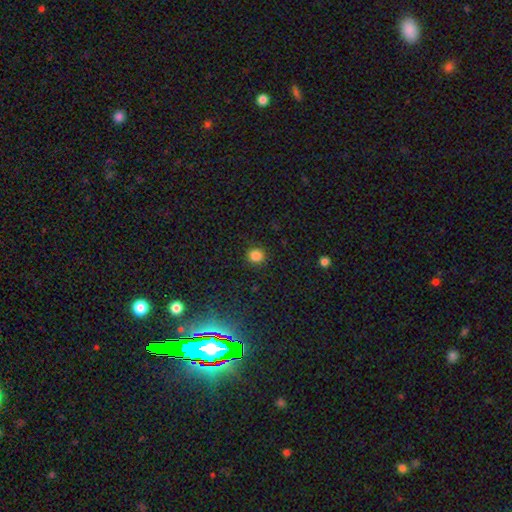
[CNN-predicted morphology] Overall: smooth (83%). How rounded: round (85%). Merging: none (89%).